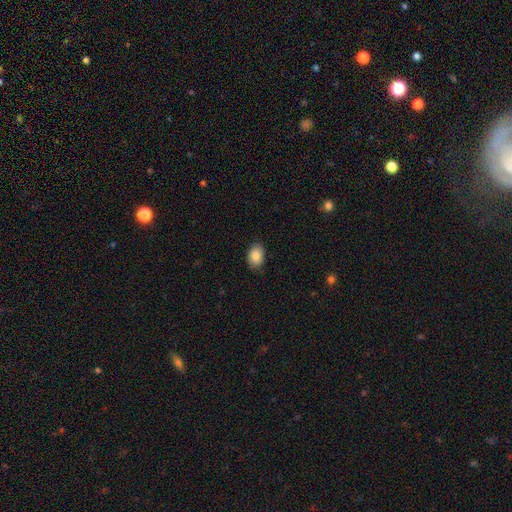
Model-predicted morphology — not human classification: Overall: smooth (85%). How rounded: in between (78%). Merging: none (85%).